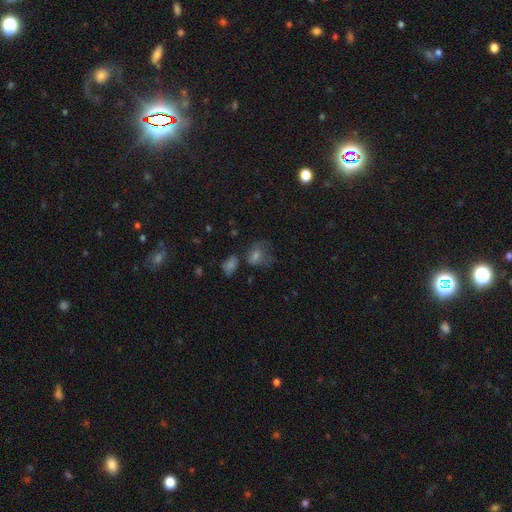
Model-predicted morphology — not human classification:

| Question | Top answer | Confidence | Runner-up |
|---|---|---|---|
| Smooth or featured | smooth | 43% | star or artifact (32%) |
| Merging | none | 49% | minor disturbance (21%) |